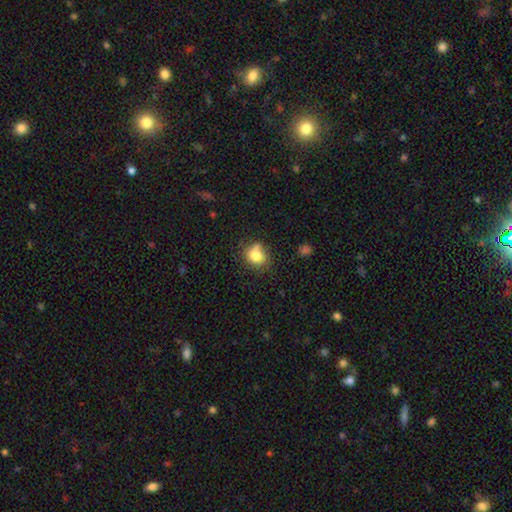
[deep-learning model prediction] This is likely a smooth galaxy (78%). How rounded: likely round (69%). Merging: possibly none (58%).